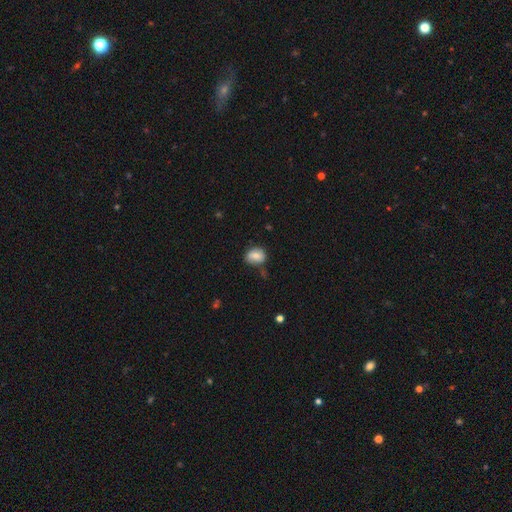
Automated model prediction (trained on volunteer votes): Overall: smooth (74%). How rounded: in between (51%; round 47%). Merging: none (66%).